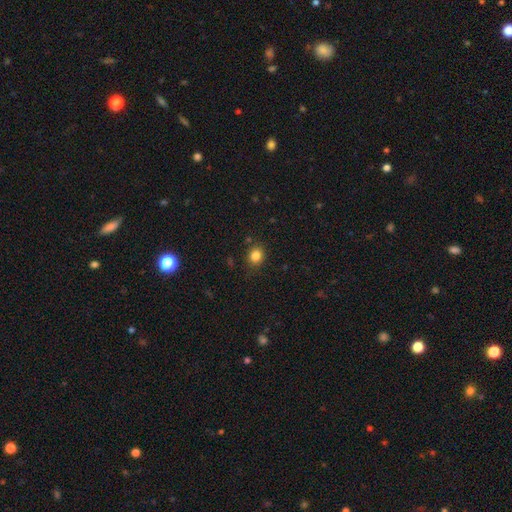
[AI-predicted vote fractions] A smooth galaxy with no disk features (83%) that is round (69%).

Vote fractions:
- Smooth or featured? smooth: 83% / star or artifact: 11% / featured or disk: 5%
- How rounded? round: 69% / in between: 30% / cigar-shaped: 1%
- Merging? none: 84% / minor disturbance: 11% / major disturbance: 3% / merger: 2%